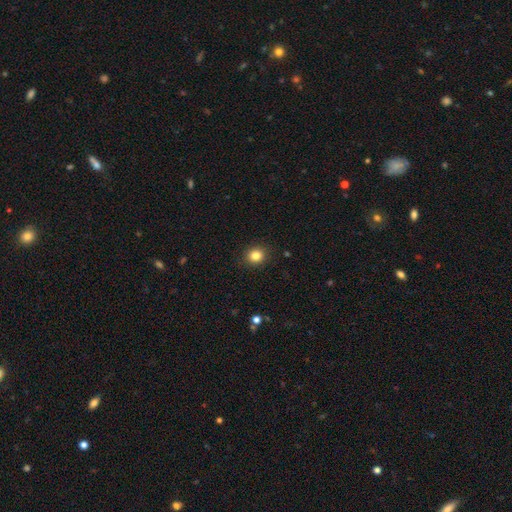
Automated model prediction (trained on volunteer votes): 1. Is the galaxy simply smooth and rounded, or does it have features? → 83% smooth, 11% star or artifact, 5% featured or disk.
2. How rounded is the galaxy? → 81% round, 18% in between, 1% cigar-shaped.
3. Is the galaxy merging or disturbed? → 91% none, 6% minor disturbance, 2% major disturbance, 1% merger.